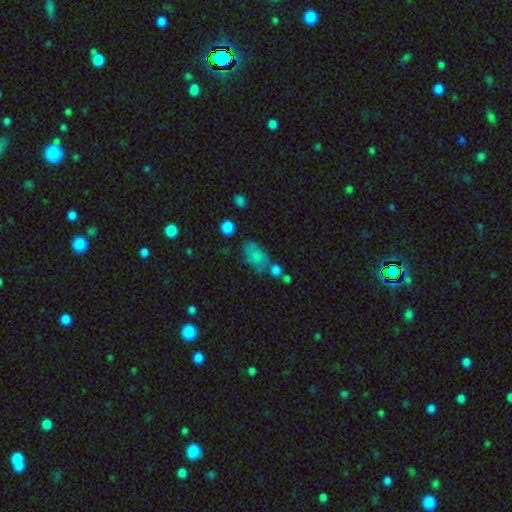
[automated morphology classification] Smooth or featured? smooth (74%)
How rounded? in between (87%)
Merging? none (40%)